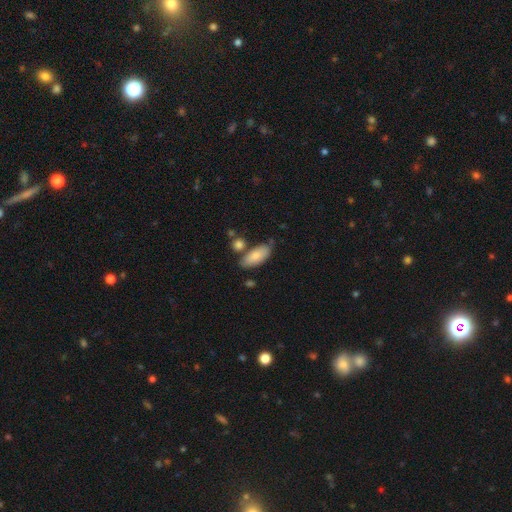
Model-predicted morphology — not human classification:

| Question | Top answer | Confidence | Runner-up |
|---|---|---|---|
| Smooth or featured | smooth | 81% | featured or disk (14%) |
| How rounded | in between | 87% | cigar-shaped (11%) |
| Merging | none | 70% | minor disturbance (16%) |